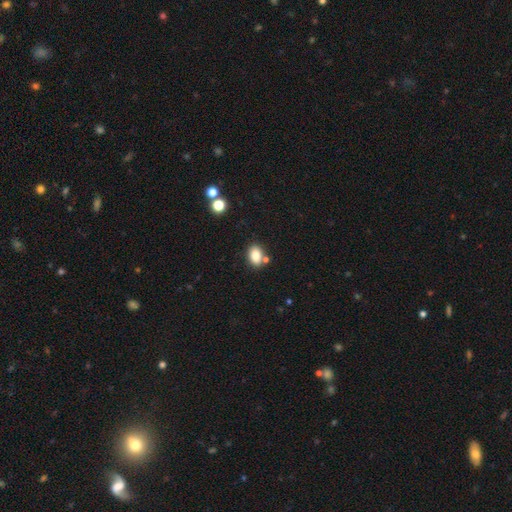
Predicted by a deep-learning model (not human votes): Smooth or featured? smooth (83%)
How rounded? in between (81%)
Merging? none (70%)